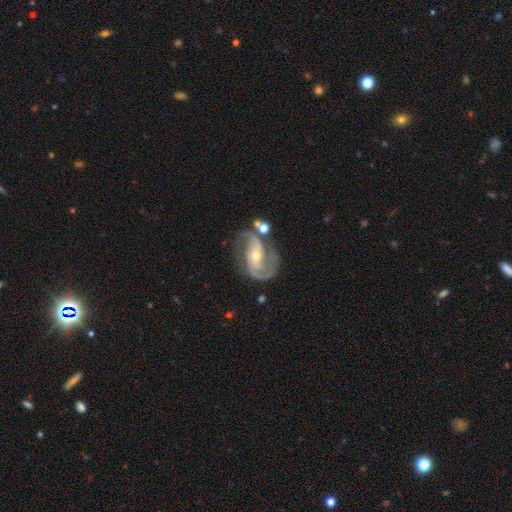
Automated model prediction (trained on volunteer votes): The model was most divided on "bar": no: 42%, weak: 34%, strong: 23%. More confident: spiral arms — yes (97%); edge-on disk — no (97%); smooth or featured — featured or disk (89%); spiral arm count — 2 (81%); merging — none (62%); bulge size — small (54%); spiral winding — medium (52%).